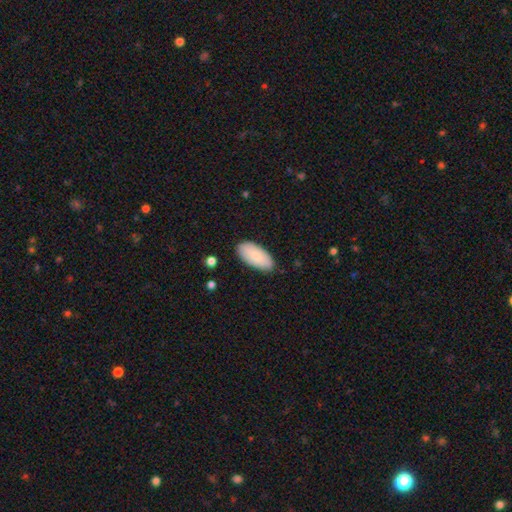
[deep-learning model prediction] The model was most divided on "smooth or featured": smooth: 81%, featured or disk: 13%, star or artifact: 6%. More confident: how rounded — in between (94%); merging — none (85%).